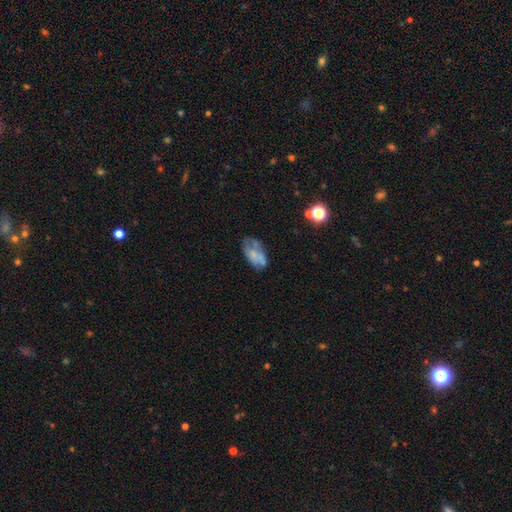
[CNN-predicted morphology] type=smooth (48%); merging=none (47%).